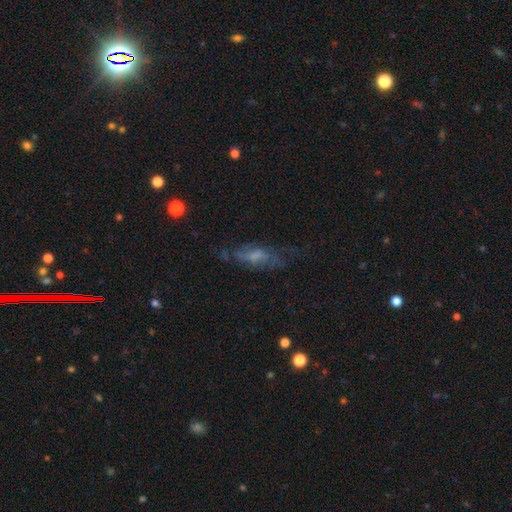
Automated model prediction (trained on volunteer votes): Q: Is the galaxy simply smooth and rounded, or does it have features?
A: featured or disk — 51%.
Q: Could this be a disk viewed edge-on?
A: no — 78%.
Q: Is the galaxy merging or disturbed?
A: none — 50%.